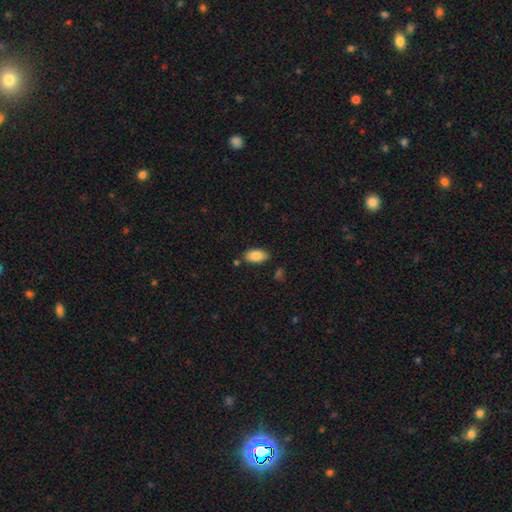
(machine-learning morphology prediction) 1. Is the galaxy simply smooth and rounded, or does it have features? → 87% smooth, 7% star or artifact, 6% featured or disk.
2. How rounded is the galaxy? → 94% in between, 3% round, 3% cigar-shaped.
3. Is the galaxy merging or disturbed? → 80% none, 13% minor disturbance, 4% merger, 3% major disturbance.